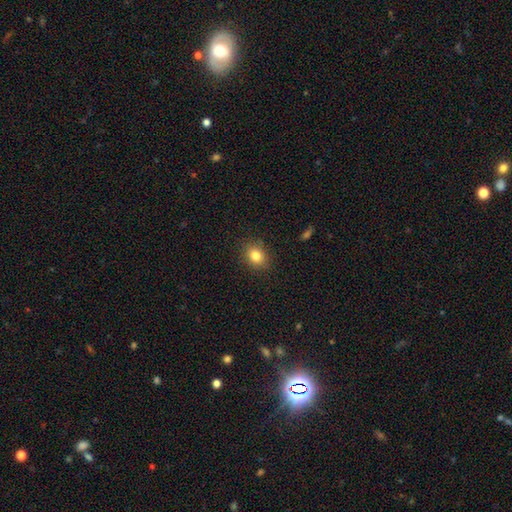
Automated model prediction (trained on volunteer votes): Smooth or featured?
  - smooth: 82% *
  - star or artifact: 11%
  - featured or disk: 7%
How rounded?
  - round: 56% *
  - in between: 43%
  - cigar-shaped: 1%
Merging?
  - none: 88% *
  - minor disturbance: 9%
  - major disturbance: 2%
  - merger: 1%